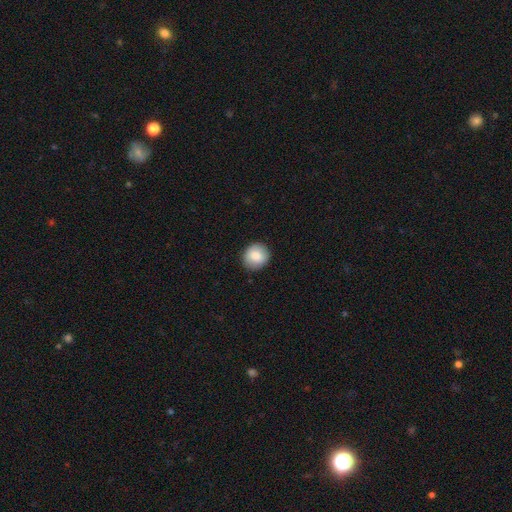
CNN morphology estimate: Smooth or featured?
  - smooth: 82% *
  - featured or disk: 10%
  - star or artifact: 8%
How rounded?
  - round: 88% *
  - in between: 11%
  - cigar-shaped: 1%
Merging?
  - none: 89% *
  - minor disturbance: 8%
  - major disturbance: 2%
  - merger: 1%